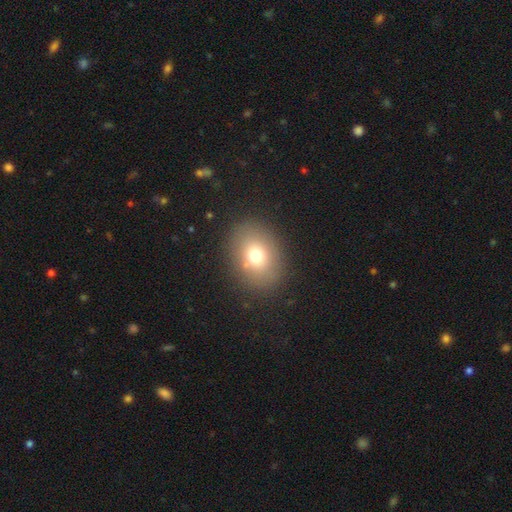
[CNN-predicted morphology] Q: Smooth or featured?
A: smooth (72%); runner-up: featured or disk (14%)
Q: How rounded?
A: in between (62%); runner-up: round (37%)
Q: Merging?
A: none (84%); runner-up: minor disturbance (10%)